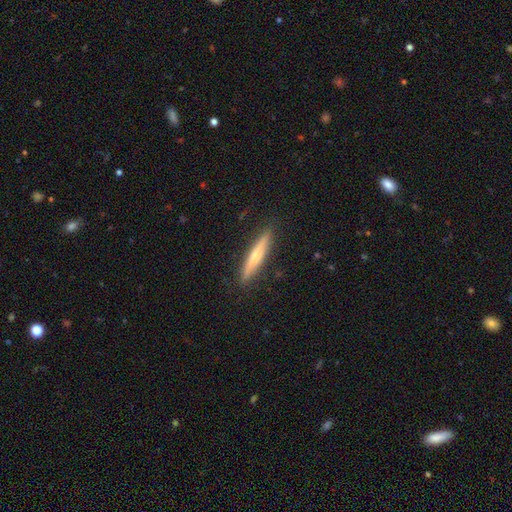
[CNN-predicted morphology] smooth 57%, featured or disk 36%, star or artifact 6%. Down the decision tree: how rounded — cigar-shaped (92%); merging — none (89%).